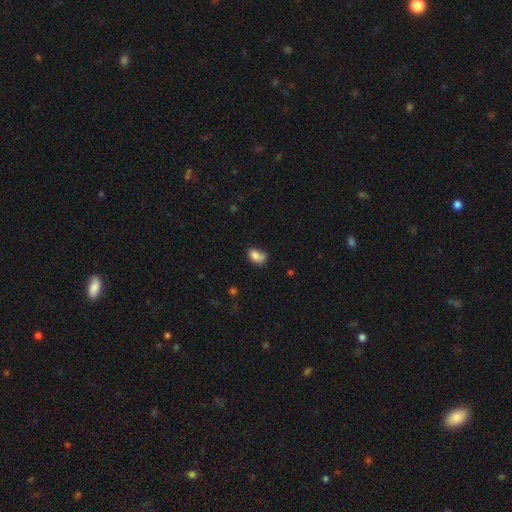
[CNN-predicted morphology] This appears to be a smooth galaxy with no disk features (83%) that is in between round and cigar-shaped (82%). Merging: none (51%).